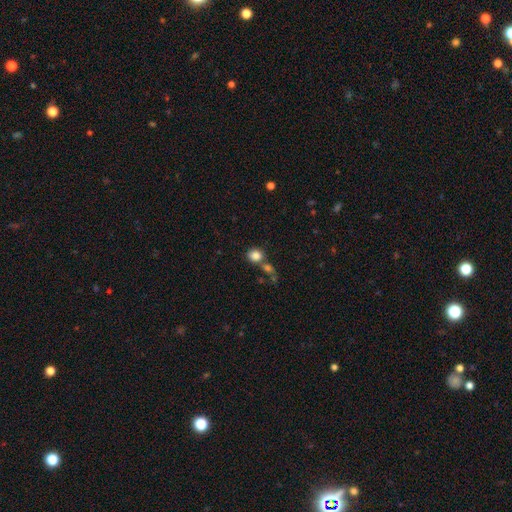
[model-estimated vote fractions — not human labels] A smooth galaxy with no disk features (83%) that is round (72%). Merging: none (52%).